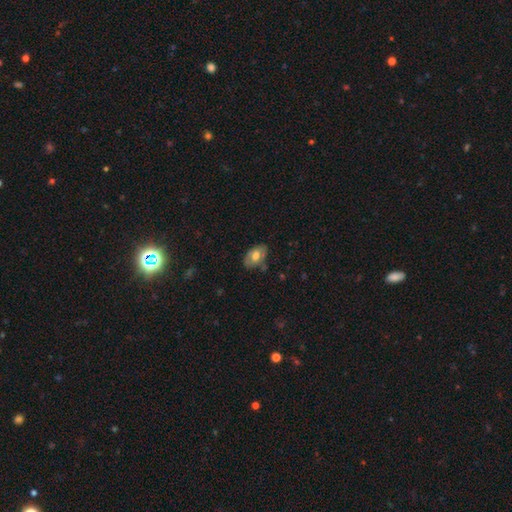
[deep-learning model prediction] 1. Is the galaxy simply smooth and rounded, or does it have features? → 62% smooth, 31% featured or disk, 7% star or artifact.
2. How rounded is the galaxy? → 90% in between, 8% round, 2% cigar-shaped.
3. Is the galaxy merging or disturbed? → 72% none, 21% minor disturbance, 4% major disturbance, 3% merger.